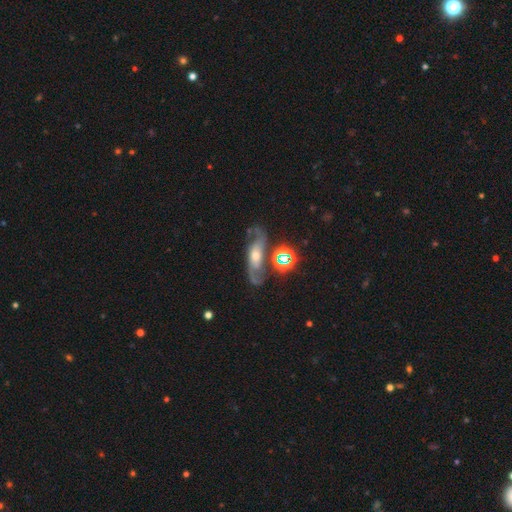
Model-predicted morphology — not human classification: This is likely a featured or disk galaxy (77%). It is clearly not viewed edge-on (90%). Bar: possibly no (55%). Spiral arm pattern: clearly yes (94%). Spiral arm count: clearly 2 (89%). Spiral winding: possibly medium (47%). Central bulge: possibly moderate (59%). Merging: likely none (67%).